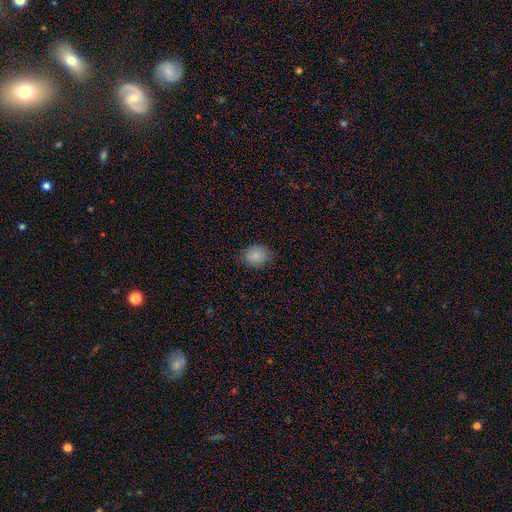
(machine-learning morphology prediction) smooth-or-featured: smooth: 85% | star or artifact: 9% | featured or disk: 6%
  how-rounded: round: 50% | in between: 49% | cigar-shaped: 1%
  merging: none: 78% | minor disturbance: 18% | major disturbance: 4% | merger: 1%